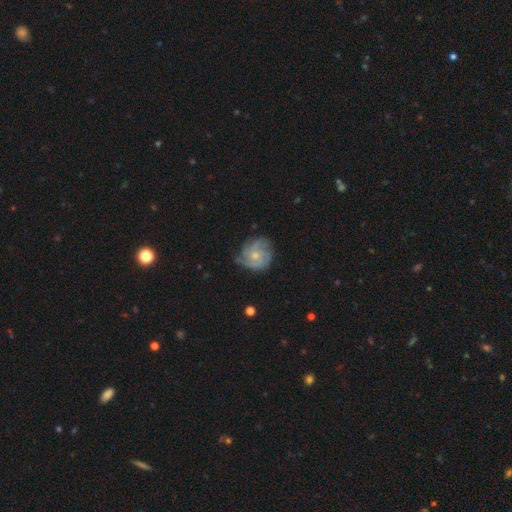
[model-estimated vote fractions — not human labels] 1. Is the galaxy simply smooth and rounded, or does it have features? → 74% featured or disk, 19% smooth, 7% star or artifact.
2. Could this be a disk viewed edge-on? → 98% no, 2% yes.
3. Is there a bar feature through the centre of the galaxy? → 78% no, 20% weak, 3% strong.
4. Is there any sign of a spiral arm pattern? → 92% yes, 8% no.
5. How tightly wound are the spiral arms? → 52% tight, 36% medium, 12% loose.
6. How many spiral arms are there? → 30% 3, 28% can't tell, 17% 4, 13% 2, 6% more than 4, 6% 1.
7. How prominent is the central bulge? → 56% small, 40% moderate, 2% none, 1% large, 1% dominant.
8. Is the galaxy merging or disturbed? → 64% none, 25% minor disturbance, 10% major disturbance, 2% merger.